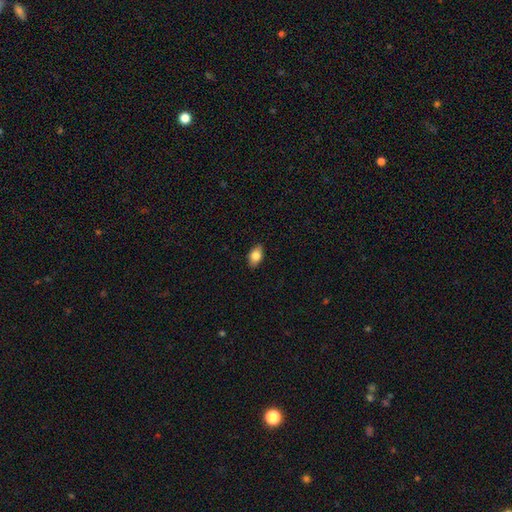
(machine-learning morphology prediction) Overall: smooth (81%). How rounded: in between (89%). Merging: none (88%).